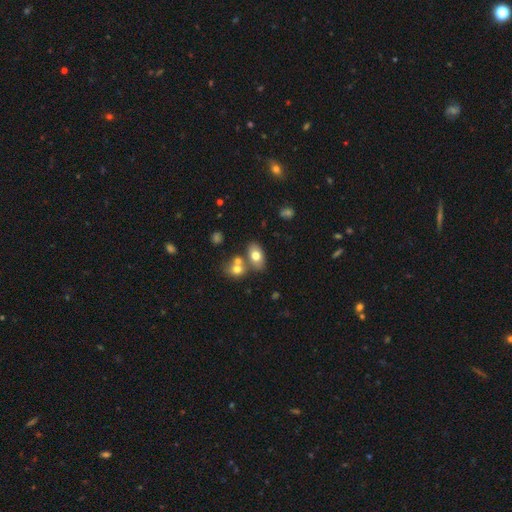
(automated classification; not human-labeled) Smooth or featured? Predicted: smooth (p=0.72). How rounded? Predicted: in between (p=0.86). Merging? Predicted: none (p=0.59).